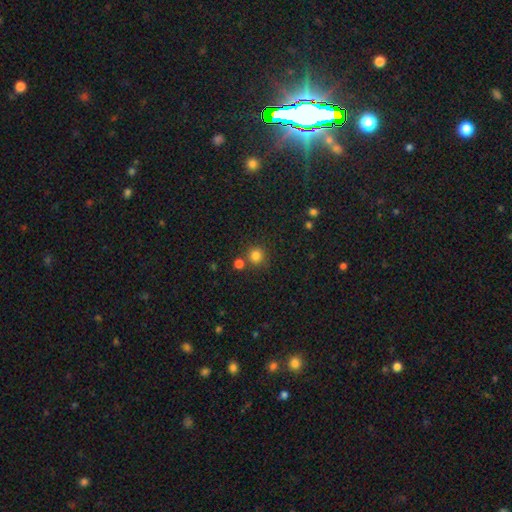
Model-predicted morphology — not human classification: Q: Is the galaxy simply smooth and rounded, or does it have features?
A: smooth — 82%.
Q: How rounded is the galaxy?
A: round — 93%.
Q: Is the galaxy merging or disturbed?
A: none — 76%.